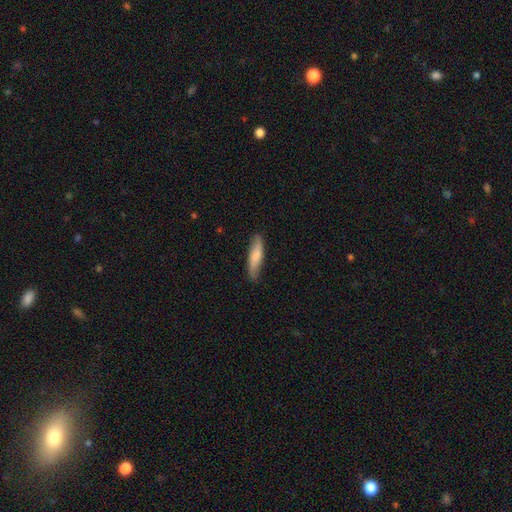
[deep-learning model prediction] A smooth galaxy with no disk features (75%) that is cigar-shaped (73%).

Vote fractions:
- Smooth or featured? smooth: 75% / featured or disk: 20% / star or artifact: 5%
- How rounded? cigar-shaped: 73% / in between: 25% / round: 2%
- Merging? none: 80% / minor disturbance: 16% / major disturbance: 3% / merger: 1%